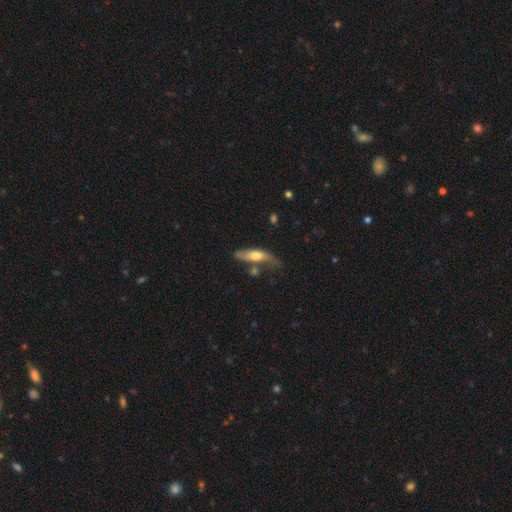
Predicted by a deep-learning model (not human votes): featured or disk 47% (tied), smooth 47% (tied), star or artifact 6%. Down the decision tree: merging — none (45%).